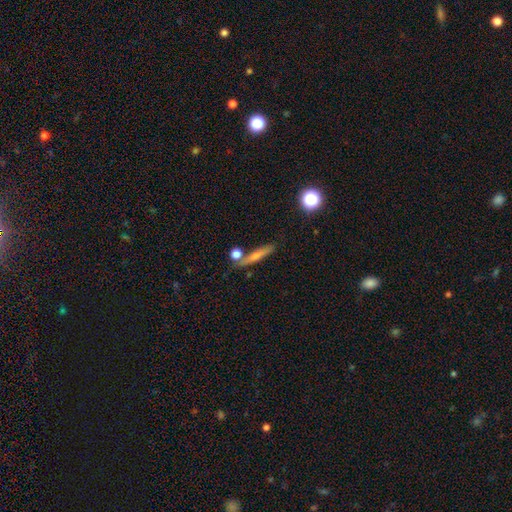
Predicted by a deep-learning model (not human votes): Smooth or featured? Predicted: smooth (p=0.60). How rounded? Predicted: cigar-shaped (p=0.84). Merging? Predicted: none (p=0.73).